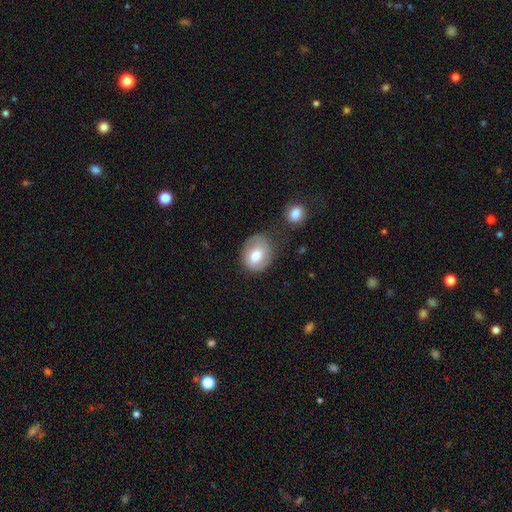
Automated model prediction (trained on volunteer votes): A smooth galaxy with no disk features (70%) that is in between round and cigar-shaped (53%).

Vote fractions:
- Smooth or featured? smooth: 70% / featured or disk: 23% / star or artifact: 7%
- How rounded? in between: 53% / round: 46% / cigar-shaped: 1%
- Merging? none: 55% / minor disturbance: 25% / major disturbance: 11% / merger: 9%